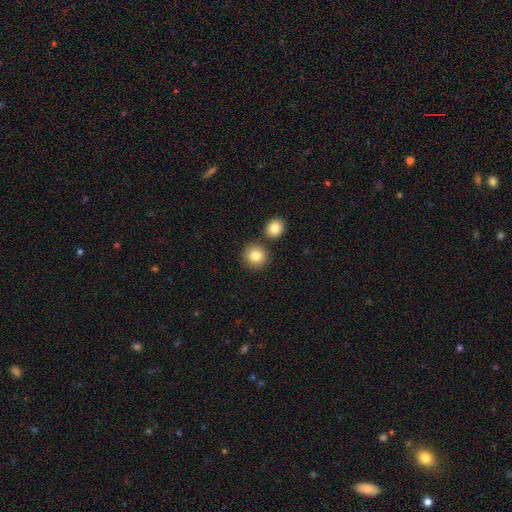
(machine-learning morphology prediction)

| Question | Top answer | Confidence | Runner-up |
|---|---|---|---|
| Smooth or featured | smooth | 84% | star or artifact (9%) |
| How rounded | round | 90% | in between (9%) |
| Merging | none | 80% | merger (11%) |